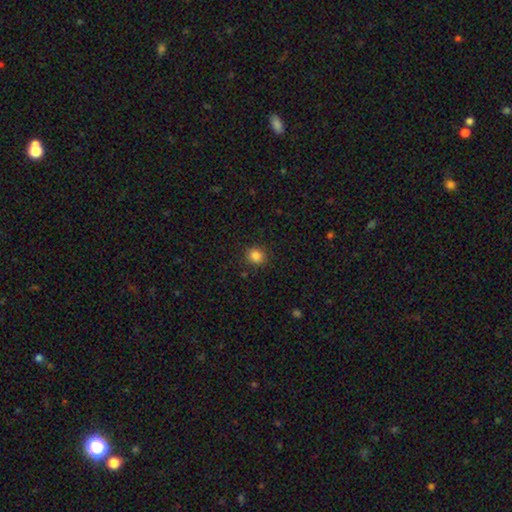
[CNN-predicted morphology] Smooth or featured?
  - smooth: 85% *
  - star or artifact: 11%
  - featured or disk: 4%
How rounded?
  - round: 79% *
  - in between: 20%
  - cigar-shaped: 1%
Merging?
  - none: 88% *
  - minor disturbance: 8%
  - major disturbance: 3%
  - merger: 1%